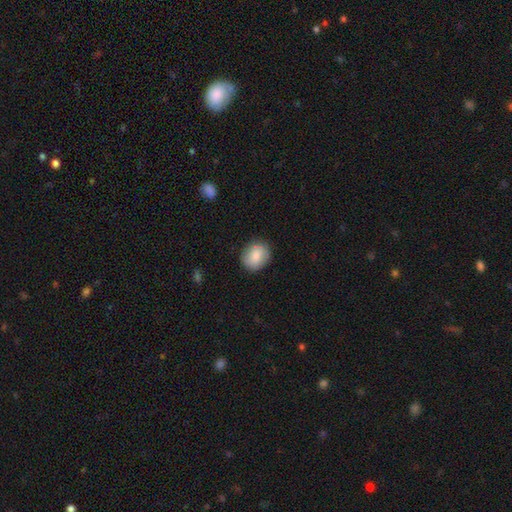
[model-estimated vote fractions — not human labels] Smooth or featured: smooth — 86% (featured or disk — 7%)
How rounded: round — 57% (in between — 42%)
Merging: none — 85% (minor disturbance — 11%)